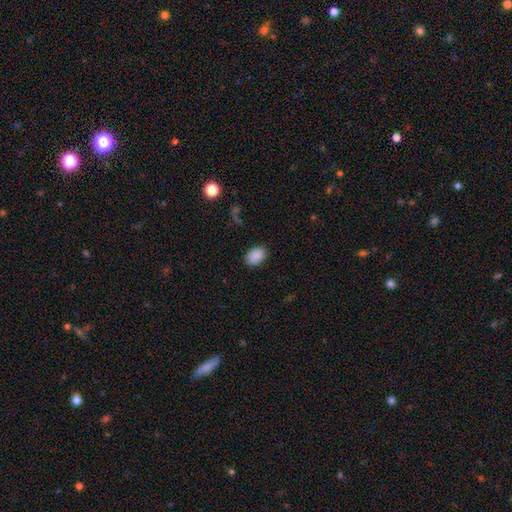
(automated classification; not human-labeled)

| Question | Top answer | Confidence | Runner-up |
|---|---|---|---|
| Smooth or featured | smooth | 89% | star or artifact (8%) |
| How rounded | in between | 77% | round (22%) |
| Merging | none | 85% | minor disturbance (11%) |